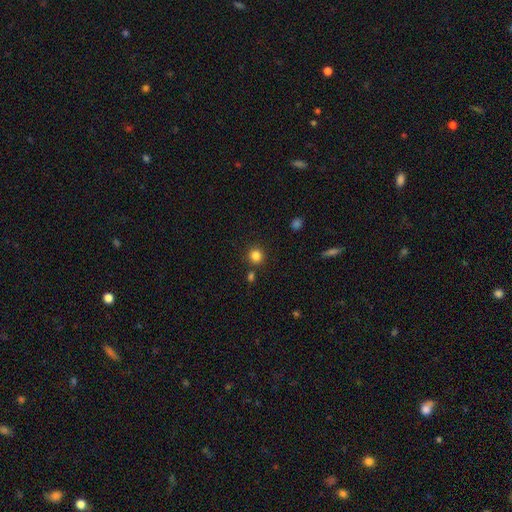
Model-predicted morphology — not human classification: Overall: smooth (84%). How rounded: round (91%). Merging: none (84%).